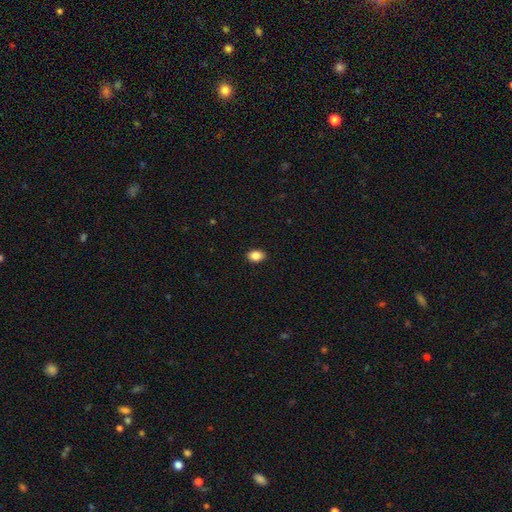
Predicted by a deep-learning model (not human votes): smooth 87%, star or artifact 8%, featured or disk 5%. Down the decision tree: how rounded — in between (81%); merging — none (90%).